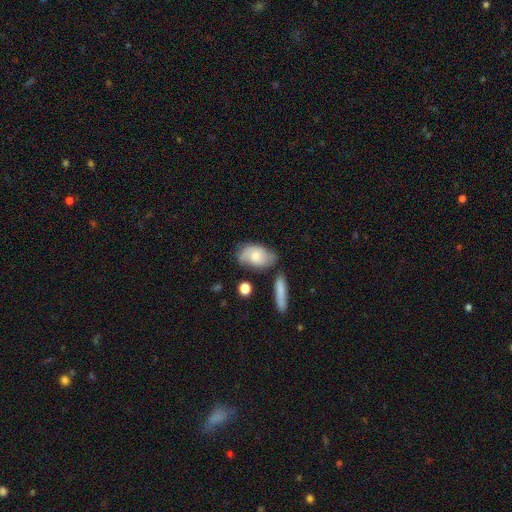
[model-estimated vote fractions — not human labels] Smooth or featured? smooth (54%)
How rounded? in between (85%)
Merging? none (55%)